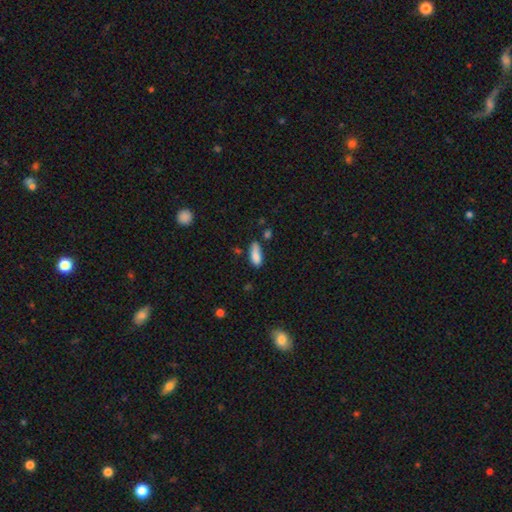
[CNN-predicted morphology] smooth-or-featured: smooth: 84% | star or artifact: 8% | featured or disk: 8%
  how-rounded: in between: 70% | cigar-shaped: 27% | round: 2%
  merging: none: 52% | minor disturbance: 32% | major disturbance: 8% | merger: 8%